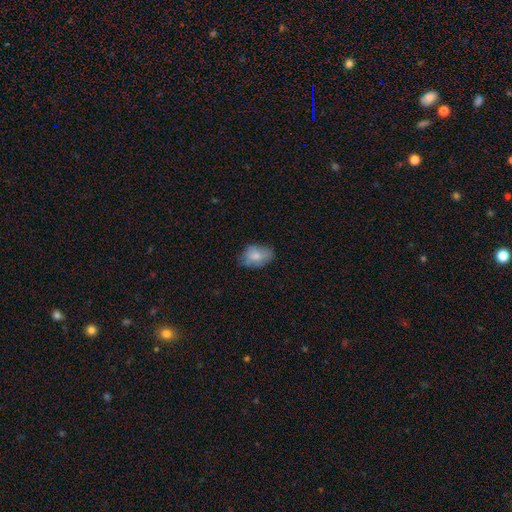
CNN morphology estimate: A smooth galaxy with no disk features (80%) that is in between round and cigar-shaped (85%).

Vote fractions:
- Smooth or featured? smooth: 80% / featured or disk: 12% / star or artifact: 7%
- How rounded? in between: 85% / round: 14% / cigar-shaped: 1%
- Merging? none: 67% / minor disturbance: 26% / major disturbance: 6% / merger: 1%